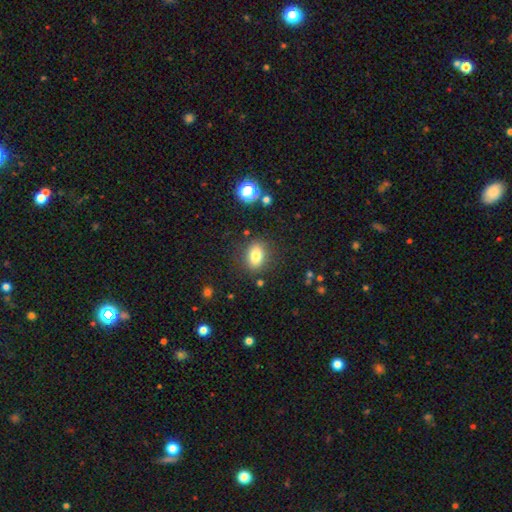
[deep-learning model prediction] Q: Smooth or featured?
A: smooth (80%); runner-up: star or artifact (11%)
Q: How rounded?
A: in between (71%); runner-up: round (27%)
Q: Merging?
A: none (84%); runner-up: minor disturbance (10%)